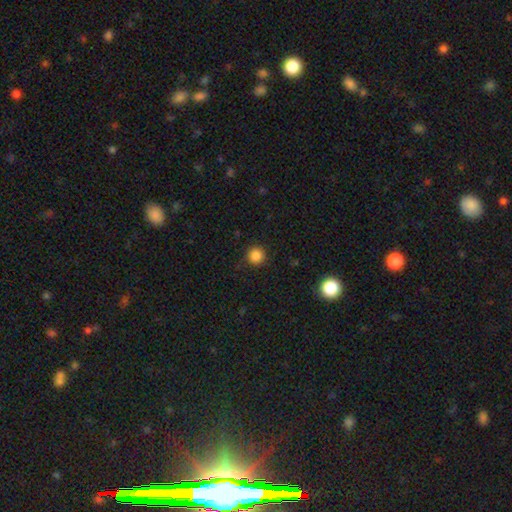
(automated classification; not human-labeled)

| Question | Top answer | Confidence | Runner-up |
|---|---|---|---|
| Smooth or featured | smooth | 85% | star or artifact (12%) |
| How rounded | round | 95% | in between (4%) |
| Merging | none | 88% | minor disturbance (8%) |